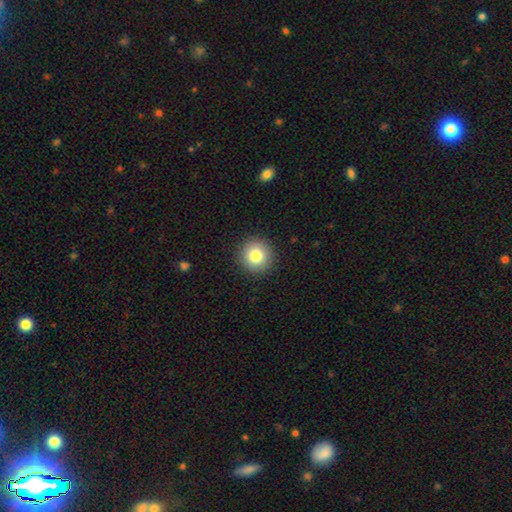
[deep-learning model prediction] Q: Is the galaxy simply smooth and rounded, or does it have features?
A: smooth — 82%.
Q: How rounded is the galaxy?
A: round — 94%.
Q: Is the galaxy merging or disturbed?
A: none — 92%.